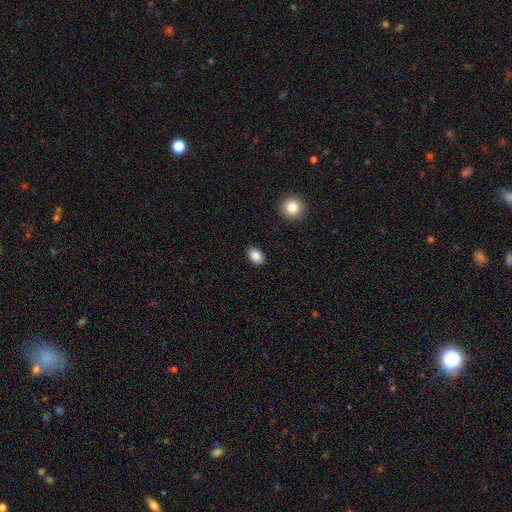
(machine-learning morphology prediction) Overall: smooth (88%). How rounded: in between (75%). Merging: none (88%).